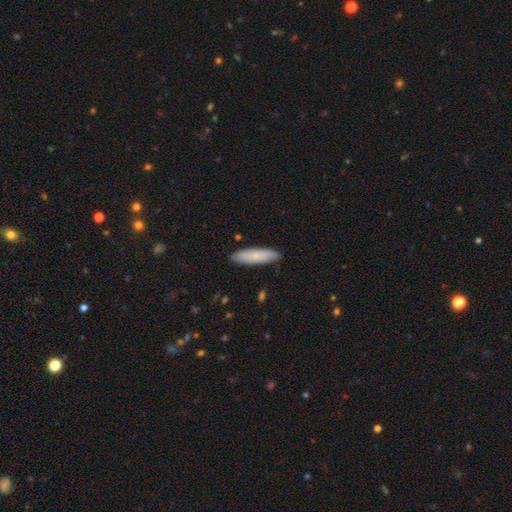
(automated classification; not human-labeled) A smooth galaxy with no disk features (78%) that is cigar-shaped (62%). Merging: none (87%).